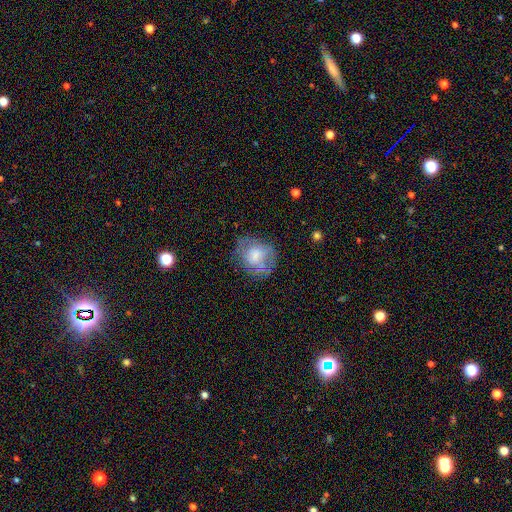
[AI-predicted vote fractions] The model was most divided on "smooth or featured": smooth: 53%, featured or disk: 37%, star or artifact: 9%. More confident: how rounded — round (63%); merging — none (58%).